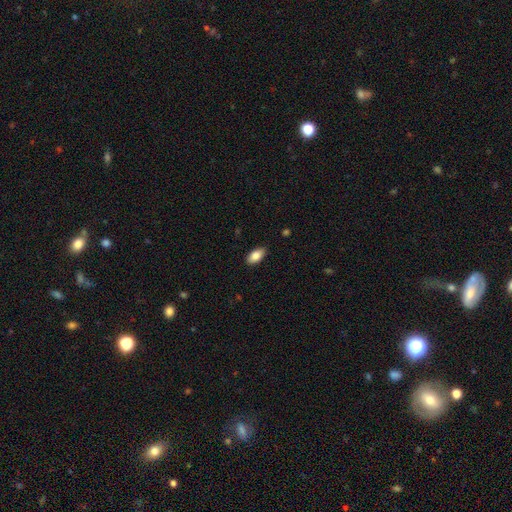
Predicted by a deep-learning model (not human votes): Q: Smooth or featured?
A: smooth (84%); runner-up: featured or disk (9%)
Q: How rounded?
A: in between (92%); runner-up: cigar-shaped (5%)
Q: Merging?
A: none (87%); runner-up: minor disturbance (10%)